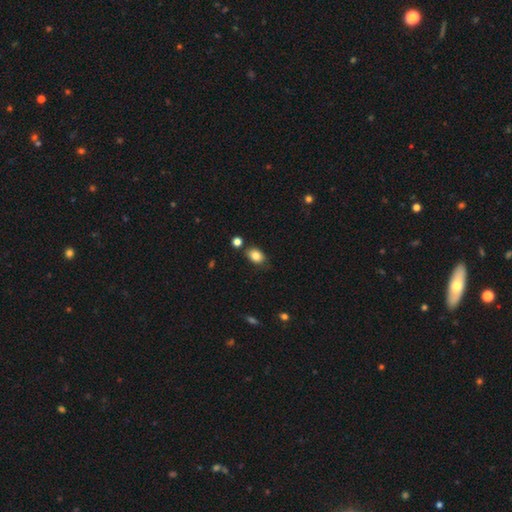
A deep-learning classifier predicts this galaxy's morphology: smooth-or-featured: smooth: 84% | star or artifact: 9% | featured or disk: 7%
  how-rounded: in between: 76% | round: 23% | cigar-shaped: 1%
  merging: none: 76% | minor disturbance: 15% | merger: 6% | major disturbance: 3%